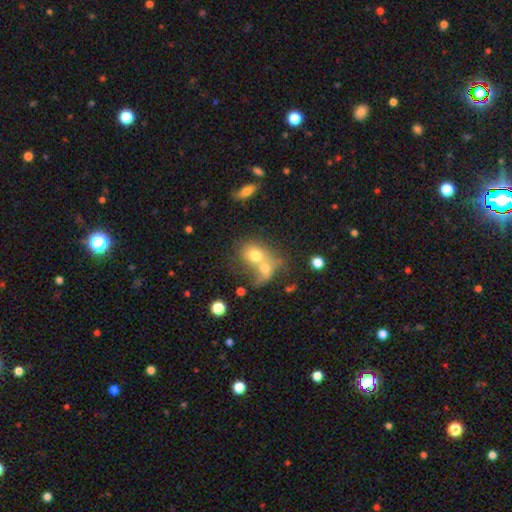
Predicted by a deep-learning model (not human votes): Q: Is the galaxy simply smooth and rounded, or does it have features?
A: smooth — 66%.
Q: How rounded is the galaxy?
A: round — 53%.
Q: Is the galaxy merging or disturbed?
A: merger — 70%.